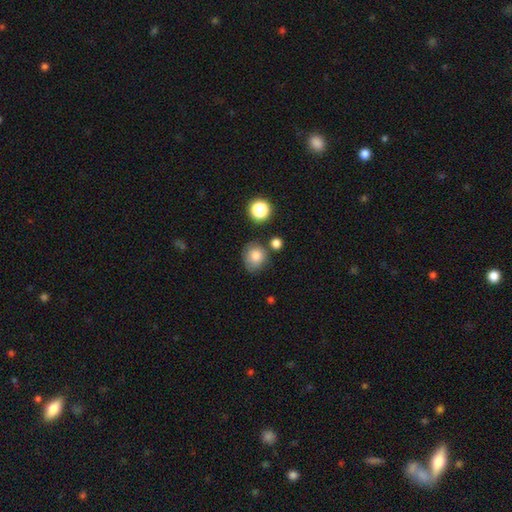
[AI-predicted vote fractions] smooth 82%, star or artifact 11%, featured or disk 8%. Down the decision tree: how rounded — round (71%); merging — none (66%).